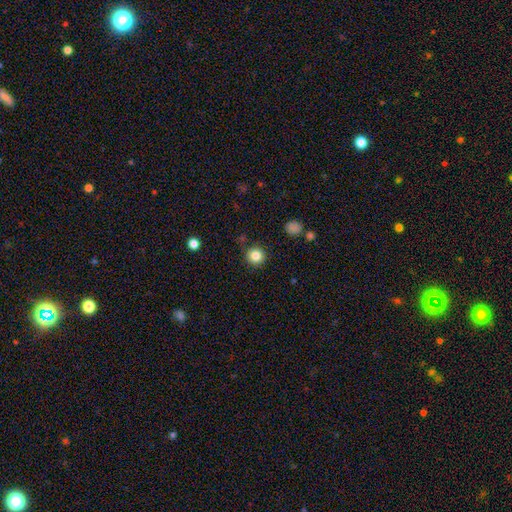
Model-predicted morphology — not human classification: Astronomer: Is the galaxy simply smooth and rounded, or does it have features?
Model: smooth — 85%.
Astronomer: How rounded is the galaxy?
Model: round — 95%.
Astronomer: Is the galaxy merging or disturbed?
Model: none — 89%.